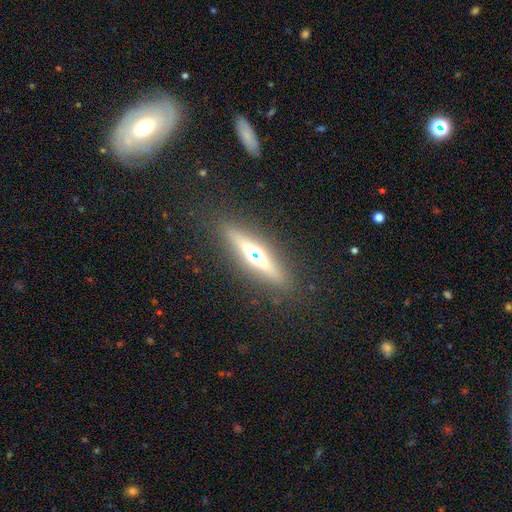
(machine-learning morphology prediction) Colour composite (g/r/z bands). It shows a featured or disk galaxy (65%) viewed edge-on (94%) with a rounded central bulge (93%). Merging: none (87%).